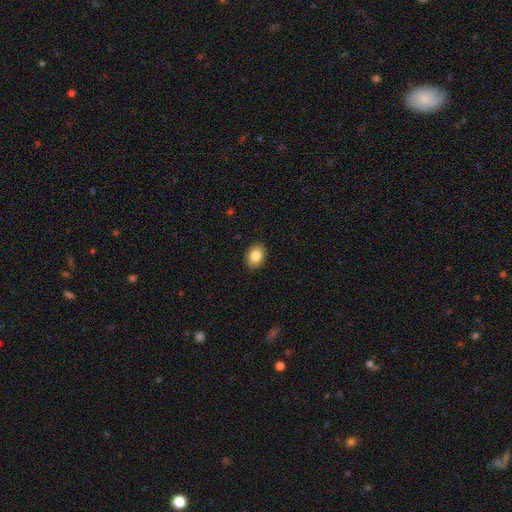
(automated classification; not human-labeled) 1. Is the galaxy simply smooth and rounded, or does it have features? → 84% smooth, 8% star or artifact, 8% featured or disk.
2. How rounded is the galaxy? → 67% in between, 32% round, 1% cigar-shaped.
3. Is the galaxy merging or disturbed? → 90% none, 8% minor disturbance, 2% major disturbance, 1% merger.